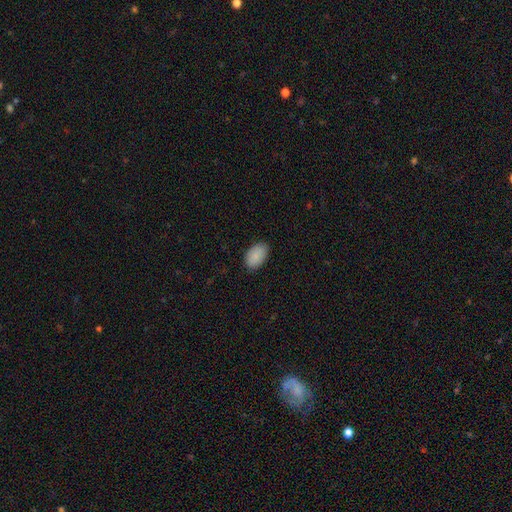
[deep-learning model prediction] Smooth or featured: smooth — 89% (star or artifact — 6%)
How rounded: in between — 92% (round — 7%)
Merging: none — 86% (minor disturbance — 11%)